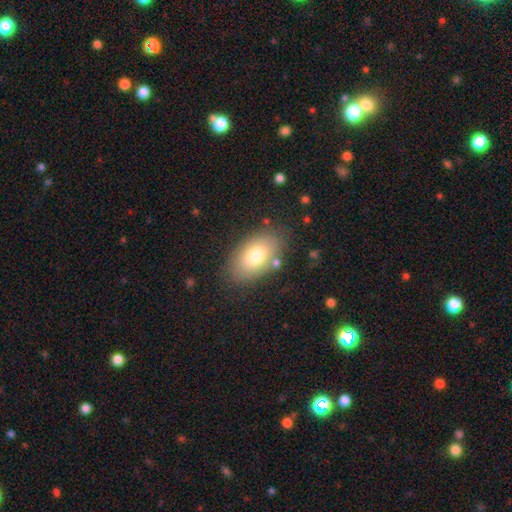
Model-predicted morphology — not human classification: This appears to be a smooth galaxy with no disk features (75%) that is in between round and cigar-shaped (91%). Merging: none (80%).